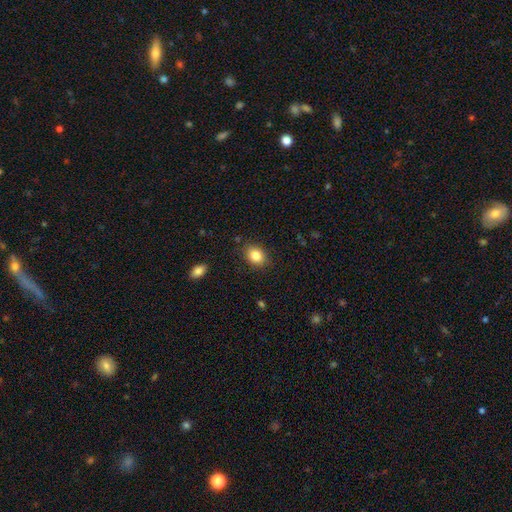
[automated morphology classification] Smooth or featured?
  - smooth: 85% *
  - star or artifact: 9%
  - featured or disk: 6%
How rounded?
  - in between: 69% *
  - round: 30%
  - cigar-shaped: 1%
Merging?
  - none: 85% *
  - minor disturbance: 10%
  - major disturbance: 3%
  - merger: 1%